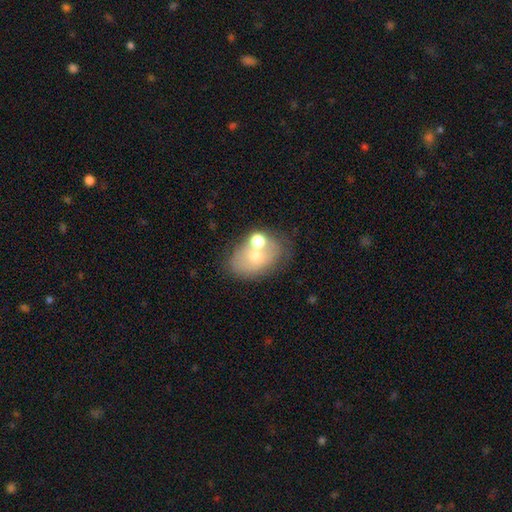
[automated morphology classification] A smooth galaxy with no disk features (58%) that is in between round and cigar-shaped (73%). Merging: none (49%).